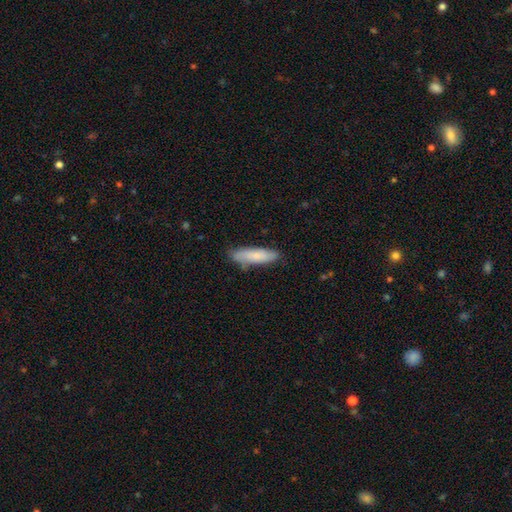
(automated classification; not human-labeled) Smooth or featured?
  - smooth: 73% *
  - featured or disk: 21%
  - star or artifact: 6%
How rounded?
  - cigar-shaped: 64% *
  - in between: 35%
  - round: 2%
Merging?
  - none: 77% *
  - minor disturbance: 18%
  - major disturbance: 3%
  - merger: 2%